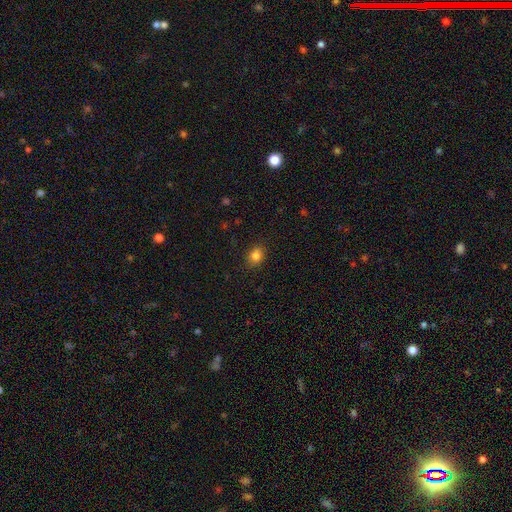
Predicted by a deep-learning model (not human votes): The model was most divided on "how rounded": round: 54%, in between: 44%, cigar-shaped: 1%. More confident: merging — none (88%); smooth or featured — smooth (83%).